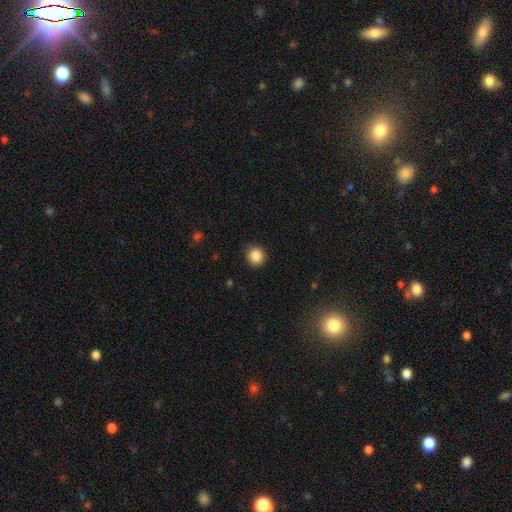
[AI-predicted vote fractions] The model was most divided on "merging": none: 87%, minor disturbance: 10%, major disturbance: 2%, merger: 1%. More confident: how rounded — round (90%); smooth or featured — smooth (86%).